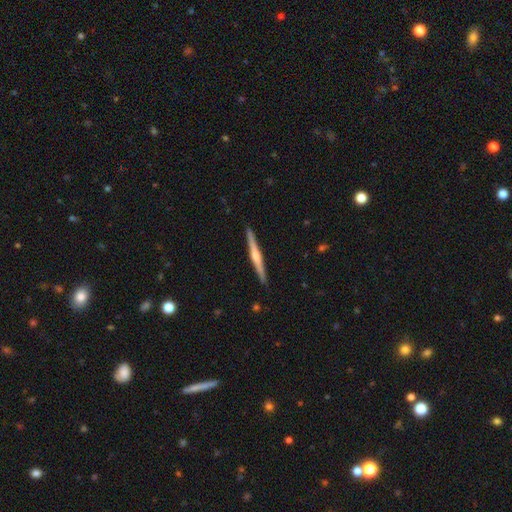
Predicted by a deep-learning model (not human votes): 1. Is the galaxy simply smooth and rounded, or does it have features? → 68% featured or disk, 27% smooth, 5% star or artifact.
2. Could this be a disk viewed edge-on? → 98% yes, 2% no.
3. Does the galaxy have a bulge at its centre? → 79% rounded, 14% none, 7% boxy.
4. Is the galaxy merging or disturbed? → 92% none, 6% minor disturbance, 1% major disturbance, 1% merger.